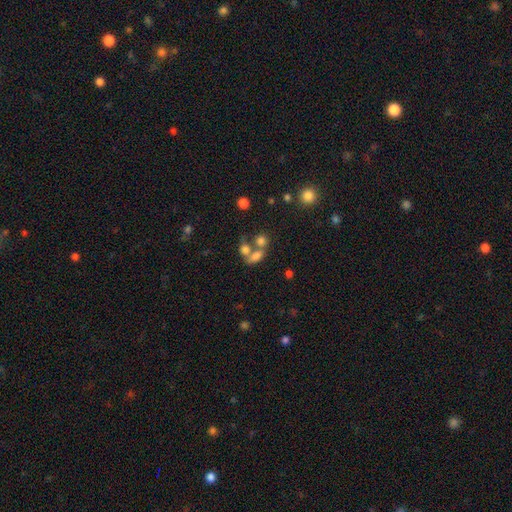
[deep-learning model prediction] Smooth or featured? Predicted: smooth (p=0.70). How rounded? Predicted: in between (p=0.68). Merging? Predicted: merger (p=0.50).